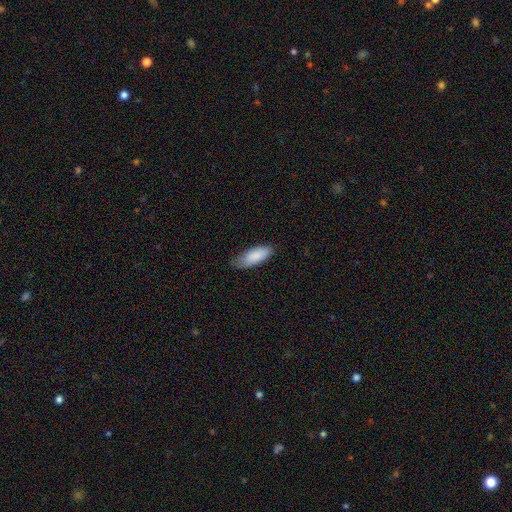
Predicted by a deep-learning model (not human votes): smooth 86%, featured or disk 8%, star or artifact 6%. Down the decision tree: how rounded — in between (75%); merging — none (65%).